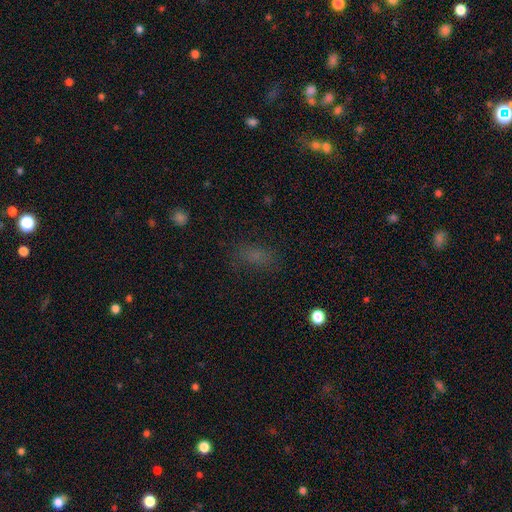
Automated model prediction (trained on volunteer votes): The model was most divided on "smooth or featured": smooth: 64%, star or artifact: 24%, featured or disk: 12%. More confident: how rounded — in between (80%); merging — none (71%).